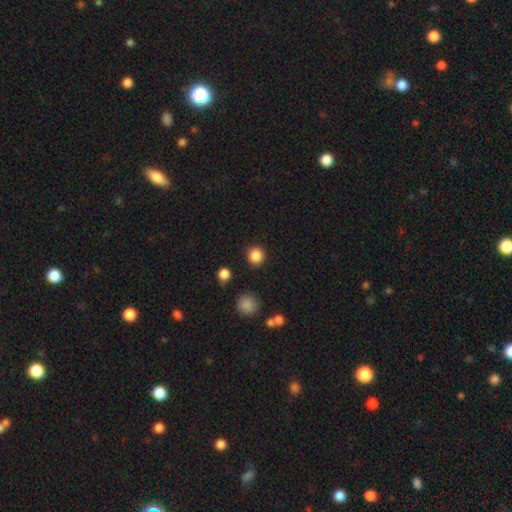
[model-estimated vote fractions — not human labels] smooth-or-featured: smooth: 86% | star or artifact: 11% | featured or disk: 3%
  how-rounded: round: 93% | in between: 6% | cigar-shaped: 1%
  merging: none: 90% | minor disturbance: 6% | major disturbance: 2% | merger: 2%